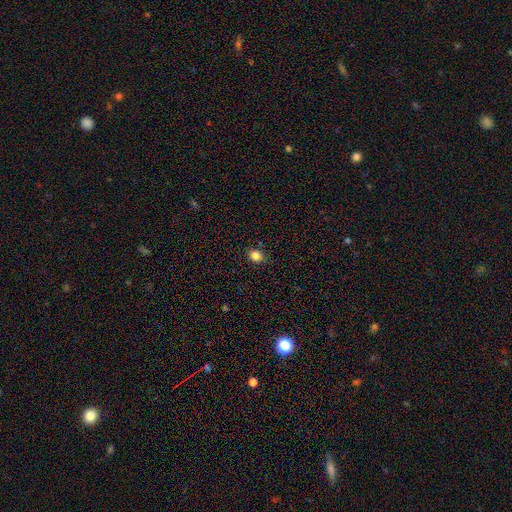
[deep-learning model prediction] Smooth or featured: smooth — 84% (star or artifact — 12%)
How rounded: round — 64% (in between — 35%)
Merging: none — 86% (minor disturbance — 10%)